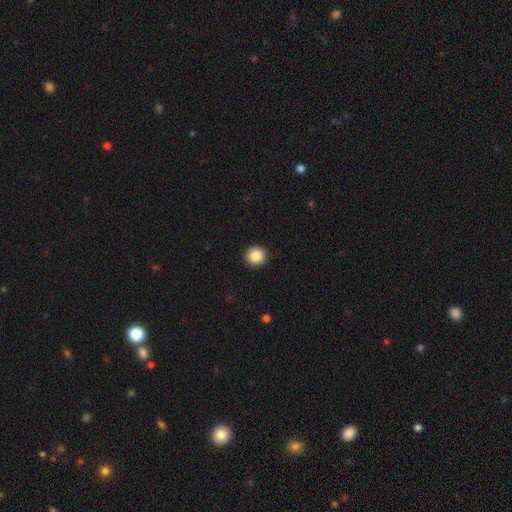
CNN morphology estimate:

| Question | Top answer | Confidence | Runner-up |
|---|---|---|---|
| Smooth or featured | smooth | 86% | star or artifact (9%) |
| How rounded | round | 93% | in between (6%) |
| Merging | none | 93% | minor disturbance (4%) |